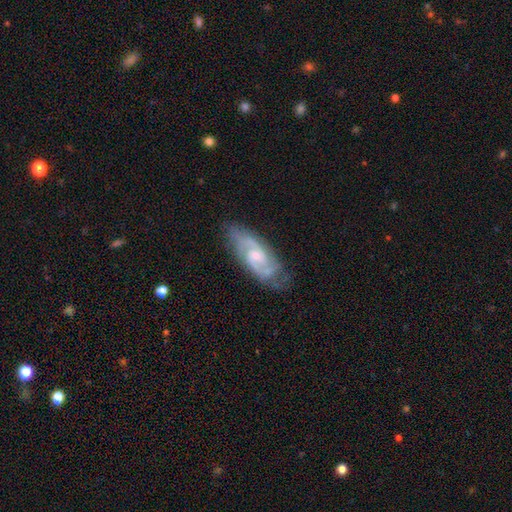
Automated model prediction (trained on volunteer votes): Q: Smooth or featured?
A: featured or disk (85%); runner-up: smooth (10%)
Q: Edge-on disk?
A: no (94%); runner-up: yes (6%)
Q: Bar?
A: no (53%); runner-up: weak (40%)
Q: Spiral arms?
A: yes (96%); runner-up: no (4%)
Q: Spiral winding?
A: medium (47%); runner-up: tight (42%)
Q: Spiral arm count?
A: 2 (72%); runner-up: can't tell (12%)
Q: Bulge size?
A: small (58%); runner-up: moderate (37%)
Q: Merging?
A: none (75%); runner-up: minor disturbance (19%)